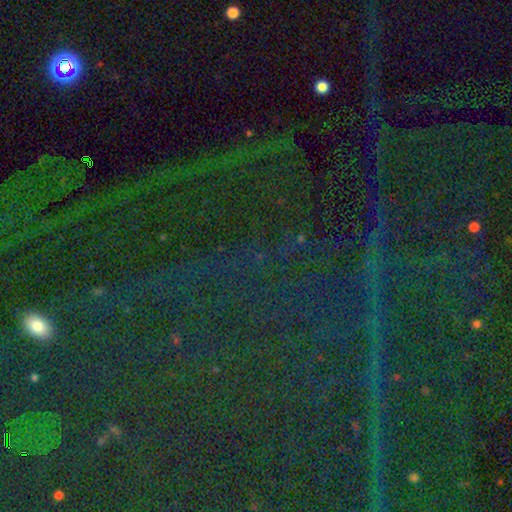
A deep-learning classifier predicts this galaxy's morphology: Smooth or featured: star or artifact — 84% (smooth — 8%)